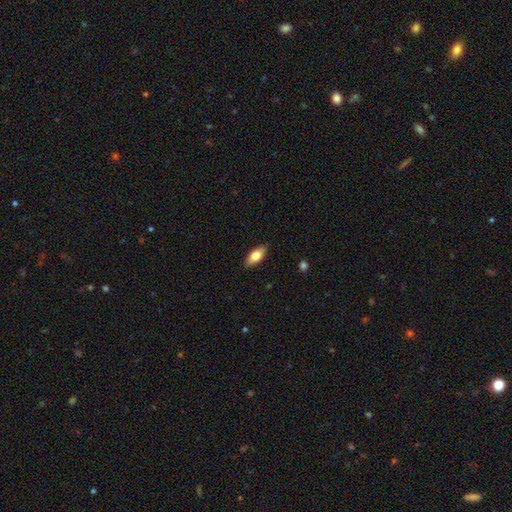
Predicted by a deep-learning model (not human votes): smooth_or_featured: smooth (p=0.72) [alt: featured or disk p=0.22]
how_rounded: in between (p=0.82) [alt: cigar-shaped p=0.15]
merging: none (p=0.88) [alt: minor disturbance p=0.09]